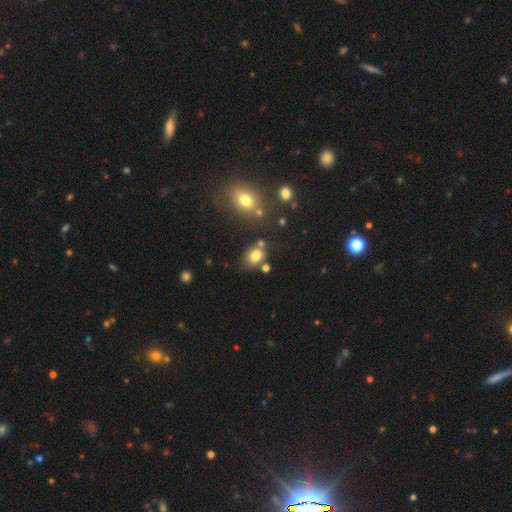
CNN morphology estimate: A smooth galaxy with no disk features (78%) that is in between round and cigar-shaped (53%).

Vote fractions:
- Smooth or featured? smooth: 78% / star or artifact: 13% / featured or disk: 9%
- How rounded? in between: 53% / round: 46% / cigar-shaped: 1%
- Merging? none: 66% / minor disturbance: 16% / merger: 13% / major disturbance: 5%